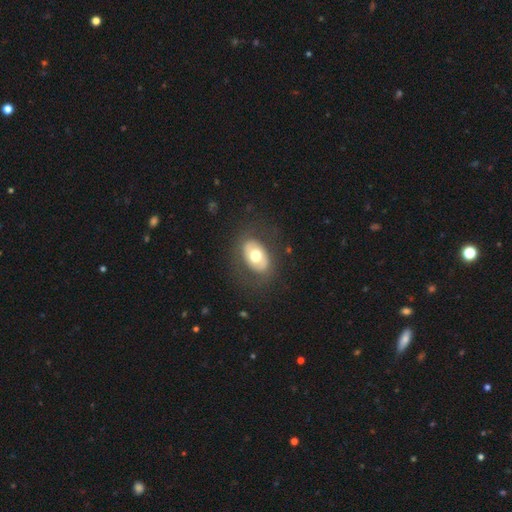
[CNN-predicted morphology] type=smooth (55%); roundness=in between (82%); merging=none (78%).